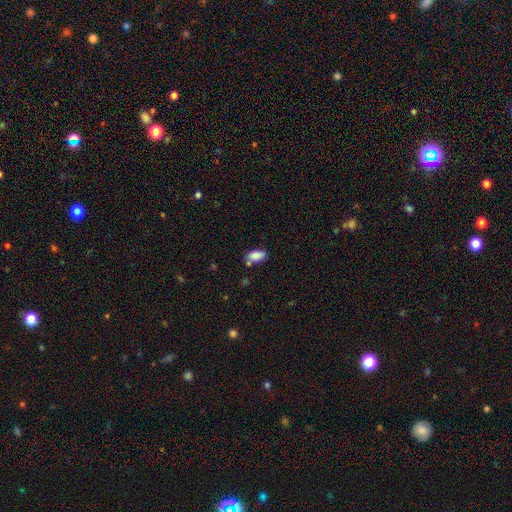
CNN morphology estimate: A smooth galaxy with no disk features (86%) that is in between round and cigar-shaped (92%). Merging: none (68%).